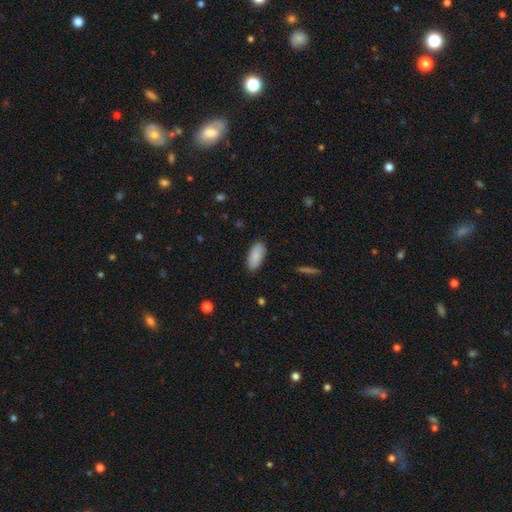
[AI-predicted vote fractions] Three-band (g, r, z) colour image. It shows a smooth galaxy with no disk features (87%) that is in between round and cigar-shaped (91%). Merging: none (84%).